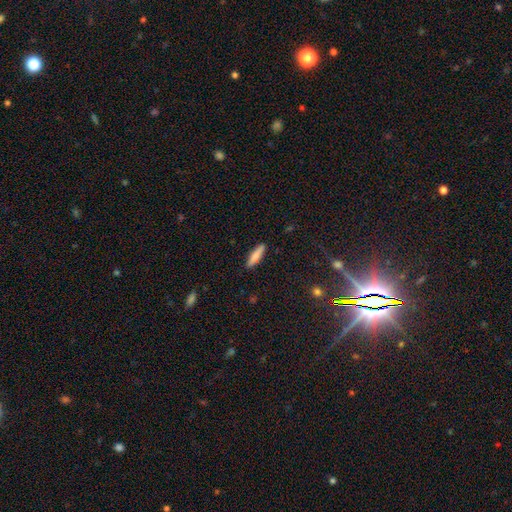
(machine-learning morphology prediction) smooth-or-featured: smooth: 76% | featured or disk: 17% | star or artifact: 6%
  how-rounded: cigar-shaped: 77% | in between: 21% | round: 2%
  merging: none: 89% | minor disturbance: 8% | major disturbance: 2% | merger: 1%